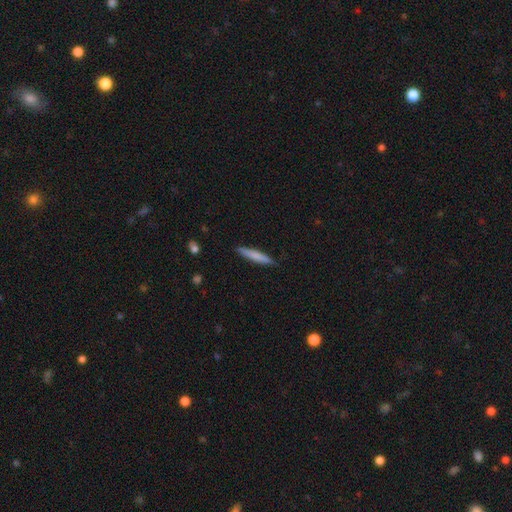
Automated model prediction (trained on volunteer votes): smooth 72%, featured or disk 22%, star or artifact 5%. Down the decision tree: how rounded — cigar-shaped (93%); merging — none (88%).